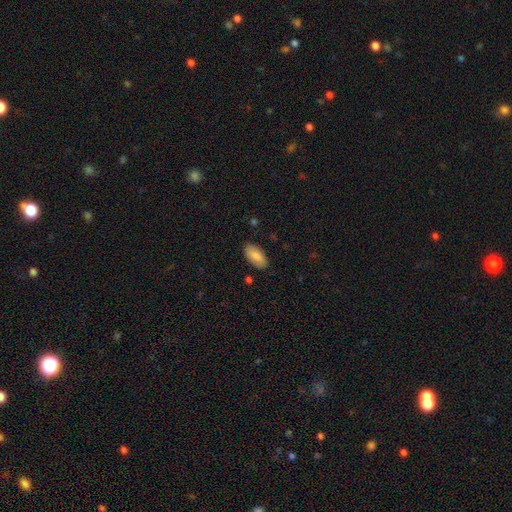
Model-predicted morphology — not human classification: Smooth or featured: smooth — 84% (featured or disk — 9%)
How rounded: in between — 93% (cigar-shaped — 5%)
Merging: none — 87% (minor disturbance — 10%)